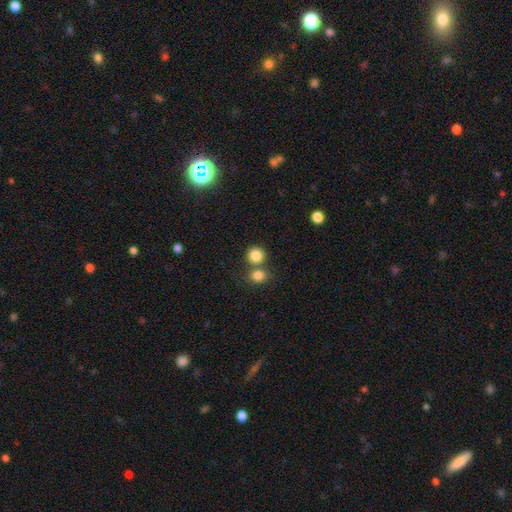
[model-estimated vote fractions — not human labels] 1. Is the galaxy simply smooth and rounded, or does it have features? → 84% smooth, 10% star or artifact, 5% featured or disk.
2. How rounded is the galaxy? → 90% round, 10% in between, 1% cigar-shaped.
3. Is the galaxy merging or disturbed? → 60% none, 30% merger, 7% minor disturbance, 3% major disturbance.